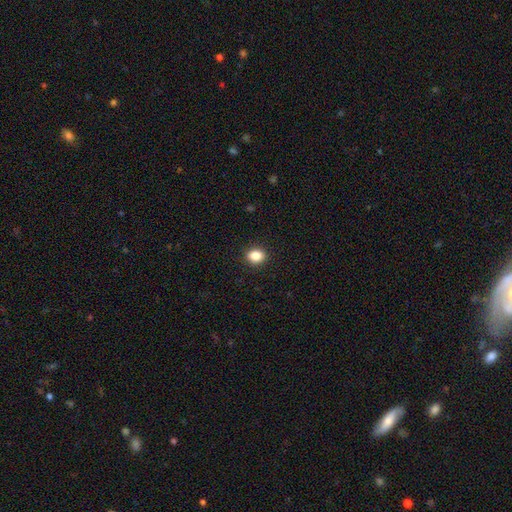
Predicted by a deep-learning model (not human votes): Smooth or featured?
  - smooth: 87% *
  - star or artifact: 9%
  - featured or disk: 4%
How rounded?
  - round: 52% *
  - in between: 47%
  - cigar-shaped: 1%
Merging?
  - none: 91% *
  - minor disturbance: 6%
  - major disturbance: 2%
  - merger: 1%